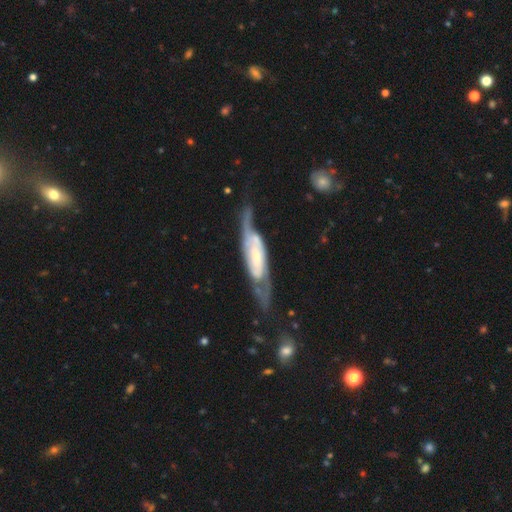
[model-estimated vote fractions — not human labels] Morphology: type=featured or disk (83%); edge-on=no (75%); bar=no (37%); spiral arms=yes (90%); winding=medium (44%); arm count=2 (76%); bulge=small (42%); merging=none (54%).